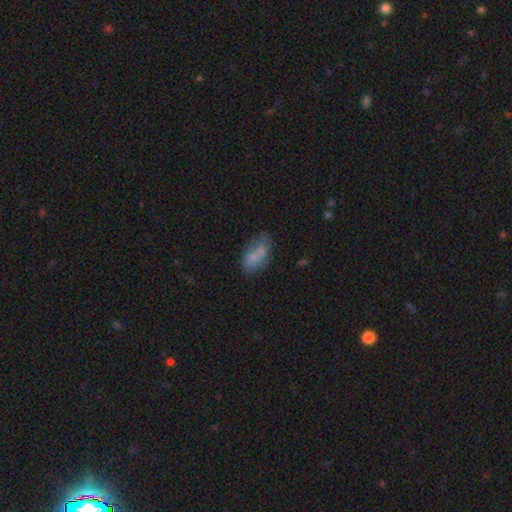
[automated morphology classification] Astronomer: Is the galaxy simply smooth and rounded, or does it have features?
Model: smooth — 66%.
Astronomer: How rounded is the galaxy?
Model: in between — 90%.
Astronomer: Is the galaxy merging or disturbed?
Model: none — 49%.